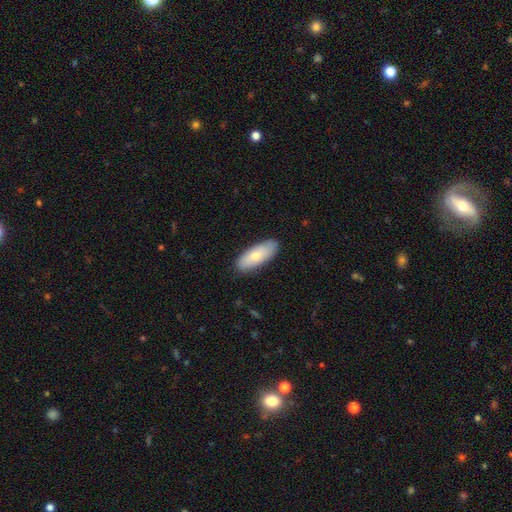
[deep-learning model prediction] Q: Smooth or featured?
A: smooth (70%); runner-up: featured or disk (24%)
Q: How rounded?
A: in between (79%); runner-up: cigar-shaped (19%)
Q: Merging?
A: none (85%); runner-up: minor disturbance (11%)